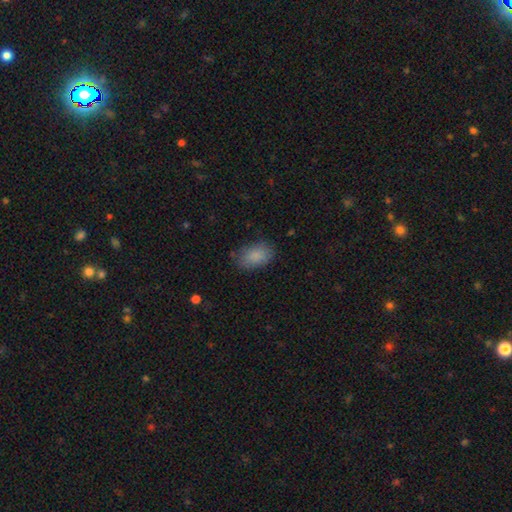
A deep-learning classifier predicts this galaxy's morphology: Smooth or featured? smooth (87%)
How rounded? in between (91%)
Merging? none (79%)